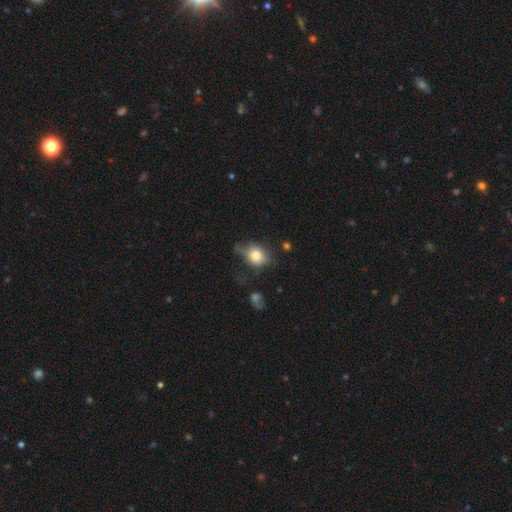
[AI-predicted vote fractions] This appears to be a smooth galaxy with no disk features (72%) that is round (49%, tied with in between). Merging: none (48%).